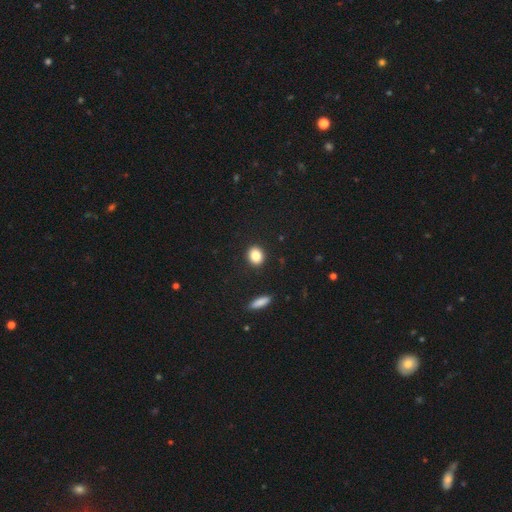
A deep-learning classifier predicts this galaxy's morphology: A smooth galaxy with no disk features (86%) that is round (63%).

Vote fractions:
- Smooth or featured? smooth: 86% / star or artifact: 9% / featured or disk: 5%
- How rounded? round: 63% / in between: 35% / cigar-shaped: 2%
- Merging? none: 91% / minor disturbance: 6% / major disturbance: 2% / merger: 1%